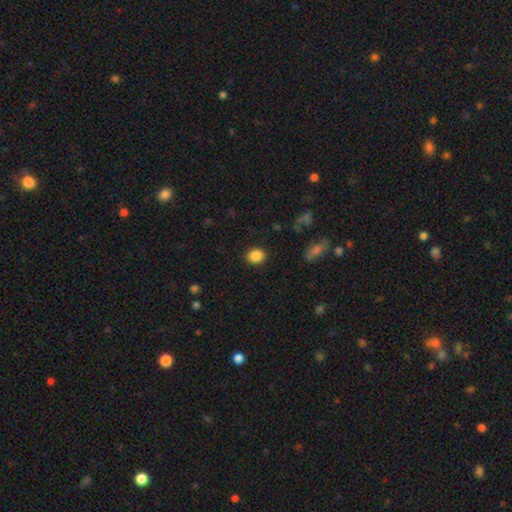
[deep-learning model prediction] smooth-or-featured: smooth: 87% | star or artifact: 9% | featured or disk: 4%
  how-rounded: round: 77% | in between: 22% | cigar-shaped: 1%
  merging: none: 90% | minor disturbance: 6% | major disturbance: 2% | merger: 1%